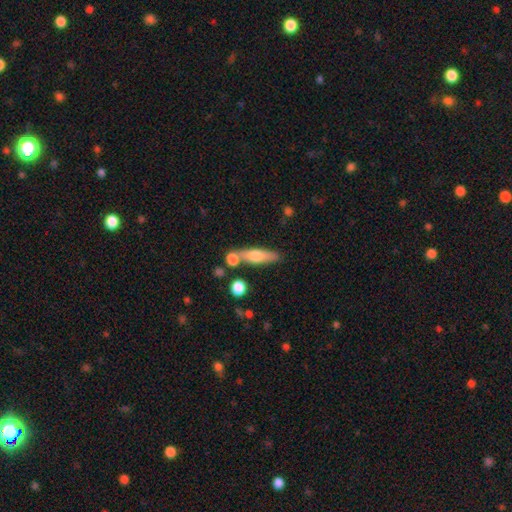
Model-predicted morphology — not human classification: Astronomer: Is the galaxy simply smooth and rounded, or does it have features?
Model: smooth — 57% (runner-up: featured or disk, 36%).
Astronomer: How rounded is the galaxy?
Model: cigar-shaped — 66%.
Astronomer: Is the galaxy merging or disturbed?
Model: none — 66%.